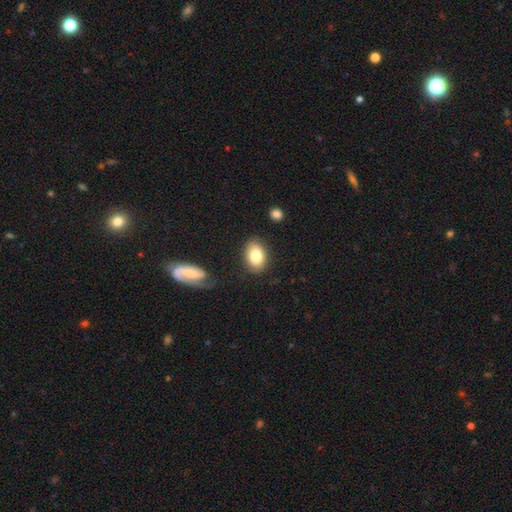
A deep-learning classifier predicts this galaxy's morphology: Smooth or featured? Predicted: smooth (p=0.79). How rounded? Predicted: in between (p=0.80). Merging? Predicted: none (p=0.81).